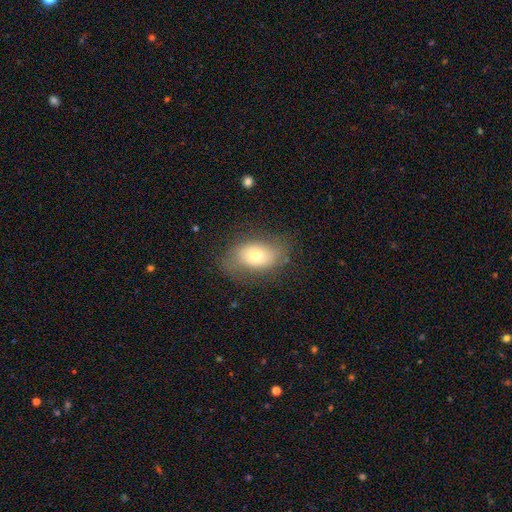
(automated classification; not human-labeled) This is likely a smooth galaxy (67%). How rounded: clearly in between (85%). Merging: likely none (67%).